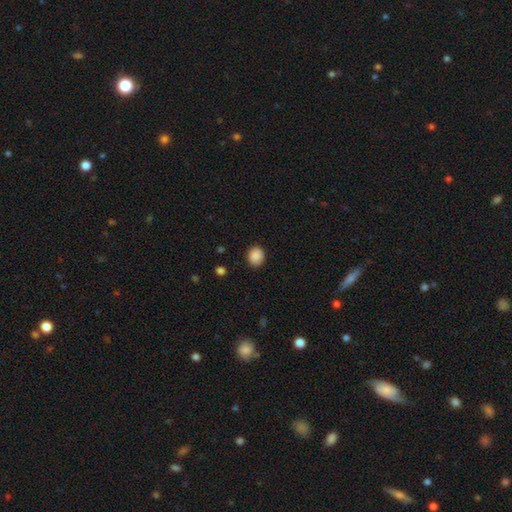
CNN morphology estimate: Overall: smooth (89%). How rounded: round (62%; in between 37%). Merging: none (87%).